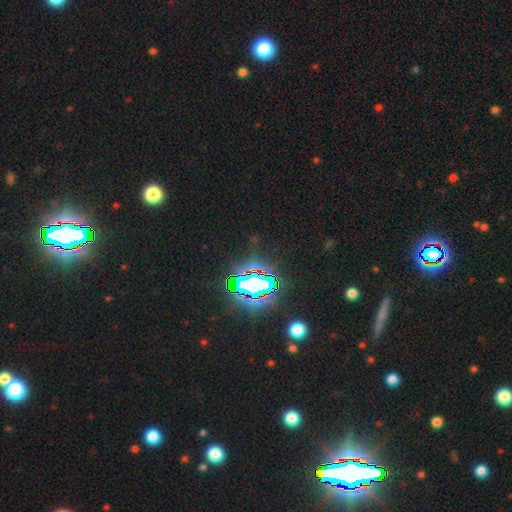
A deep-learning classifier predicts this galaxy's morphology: Overall: star or artifact (83%).